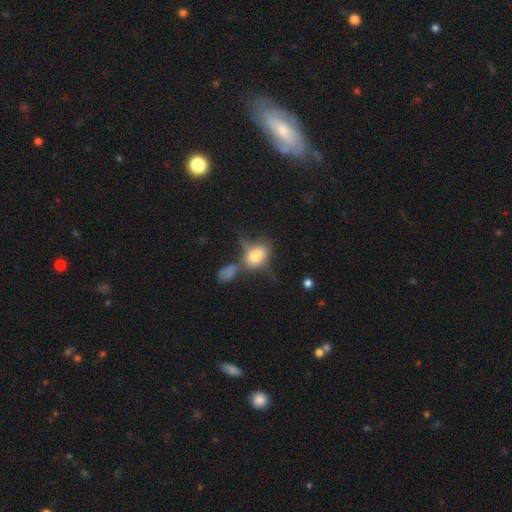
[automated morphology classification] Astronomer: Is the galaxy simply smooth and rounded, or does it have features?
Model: smooth — 65%.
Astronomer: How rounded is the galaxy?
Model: in between — 63%.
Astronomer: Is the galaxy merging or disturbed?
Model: none — 35% (runner-up: merger, 23%).